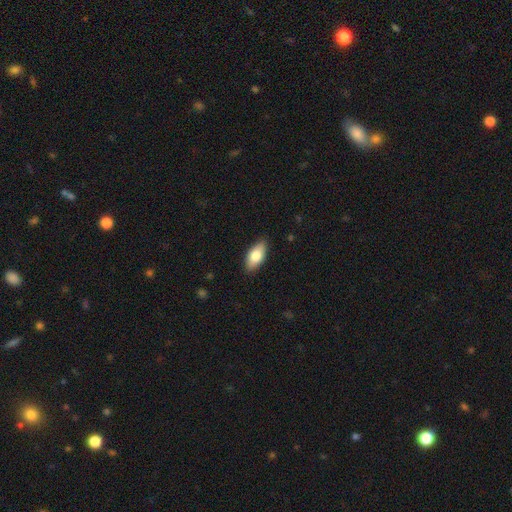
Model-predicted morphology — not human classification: smooth_or_featured: smooth (p=0.79) [alt: featured or disk p=0.15]
how_rounded: in between (p=0.89) [alt: cigar-shaped p=0.08]
merging: none (p=0.87) [alt: minor disturbance p=0.10]